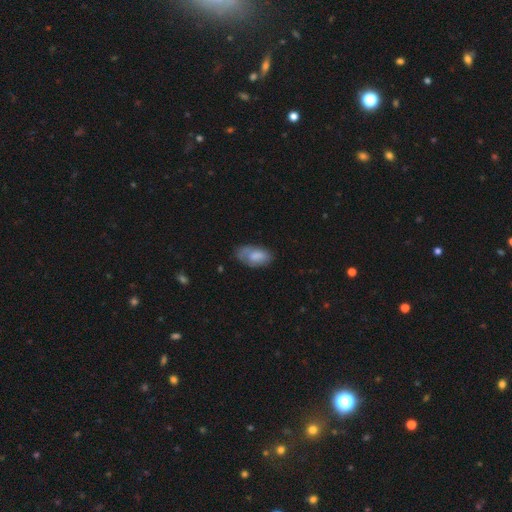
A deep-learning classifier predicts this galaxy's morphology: Smooth or featured?
  - smooth: 74% *
  - featured or disk: 19%
  - star or artifact: 7%
How rounded?
  - in between: 93% *
  - round: 4%
  - cigar-shaped: 3%
Merging?
  - none: 55% *
  - minor disturbance: 31%
  - major disturbance: 12%
  - merger: 3%